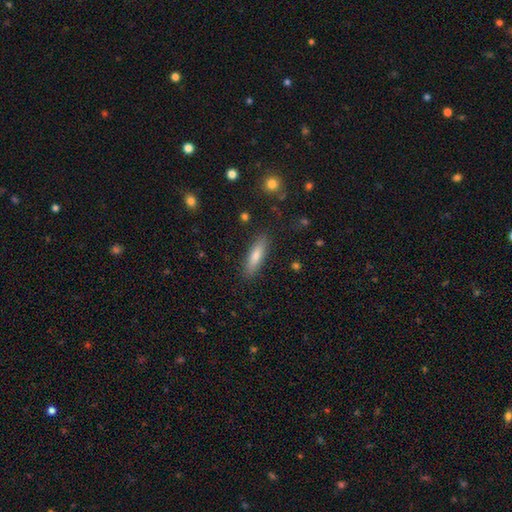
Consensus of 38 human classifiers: This is likely a smooth galaxy (63%). How rounded: likely cigar-shaped (71%). Merging: clearly none (94%).